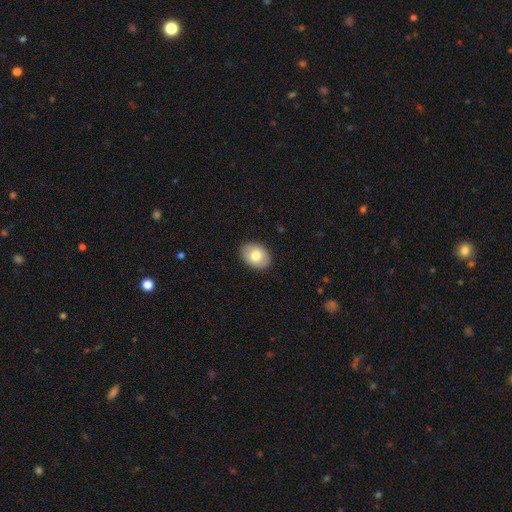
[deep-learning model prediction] Smooth or featured? Predicted: smooth (p=0.78). How rounded? Predicted: in between (p=0.73). Merging? Predicted: none (p=0.89).